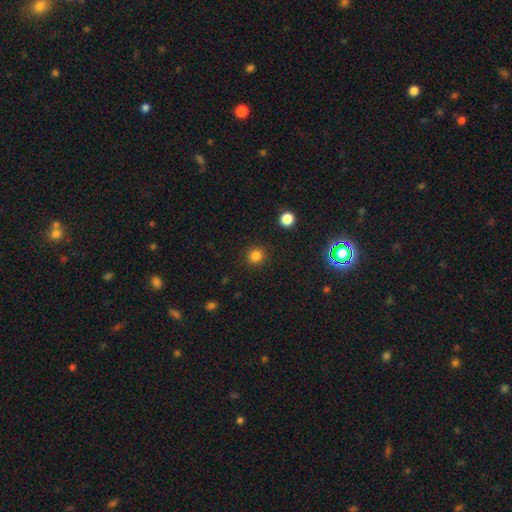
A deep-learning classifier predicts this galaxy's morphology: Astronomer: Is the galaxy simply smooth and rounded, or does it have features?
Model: smooth — 82%.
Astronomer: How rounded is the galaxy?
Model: round — 90%.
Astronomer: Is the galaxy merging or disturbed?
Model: none — 90%.